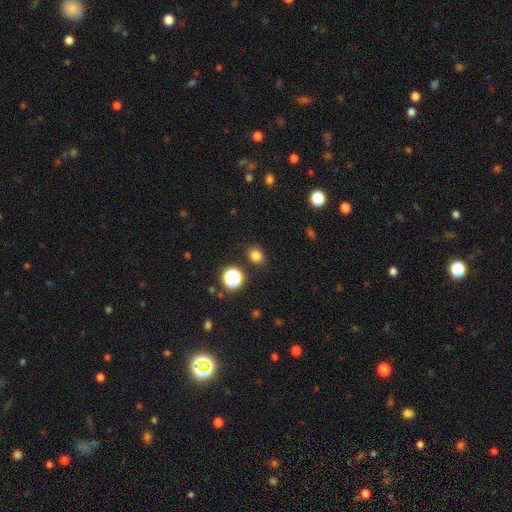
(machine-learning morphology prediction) A smooth galaxy with no disk features (79%) that is round (60%).

Vote fractions:
- Smooth or featured? smooth: 79% / star or artifact: 16% / featured or disk: 5%
- How rounded? round: 60% / in between: 39% / cigar-shaped: 1%
- Merging? none: 85% / minor disturbance: 9% / major disturbance: 3% / merger: 2%